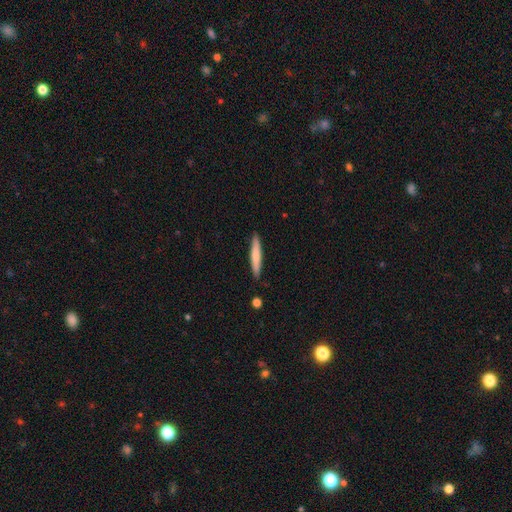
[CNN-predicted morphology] A smooth galaxy with no disk features (71%) that is cigar-shaped (93%). Merging: none (90%).